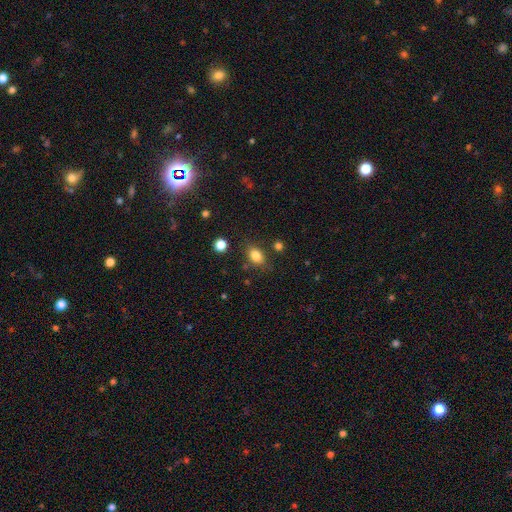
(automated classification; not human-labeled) Q: Smooth or featured?
A: smooth (83%); runner-up: star or artifact (10%)
Q: How rounded?
A: in between (77%); runner-up: round (21%)
Q: Merging?
A: none (78%); runner-up: minor disturbance (14%)